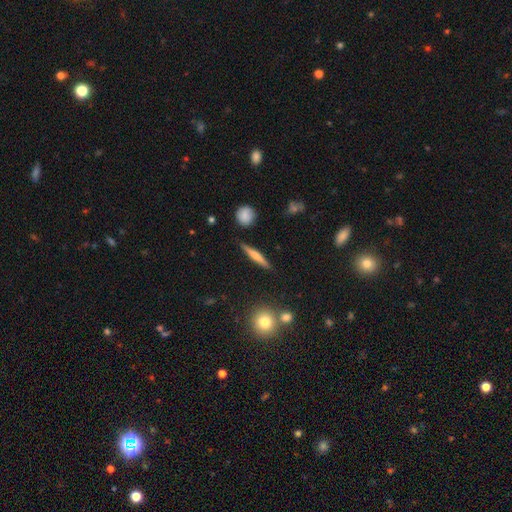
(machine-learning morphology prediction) Overall: featured or disk (55%; smooth 38%). Edge-on disk: yes (96%). Edge-on bulge: rounded (73%). Merging: none (88%).